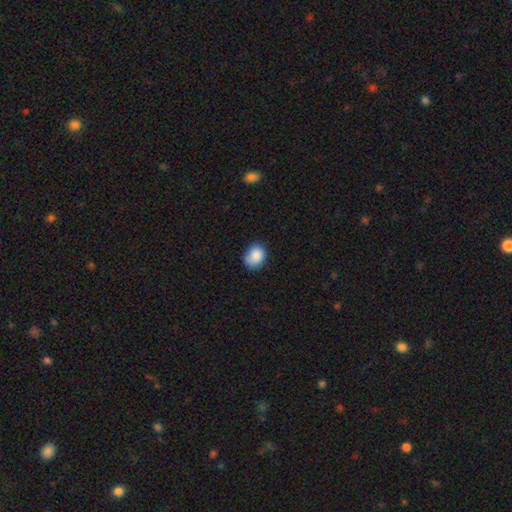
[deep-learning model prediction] smooth_or_featured: smooth (p=0.87) [alt: star or artifact p=0.08]
how_rounded: round (p=0.51) [alt: in between p=0.48]
merging: none (p=0.73) [alt: minor disturbance p=0.21]